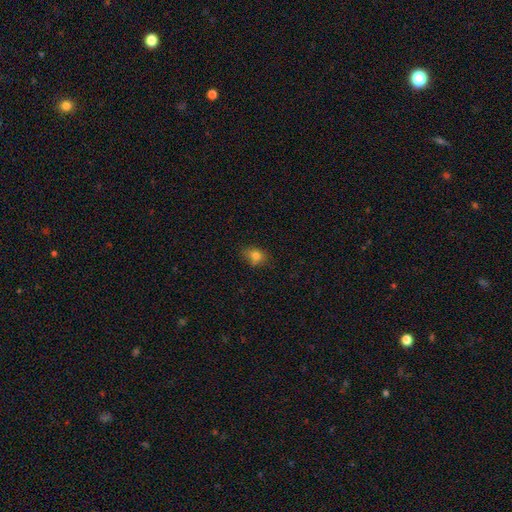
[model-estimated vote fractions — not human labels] Morphology: type=smooth (78%); roundness=in between (56%); merging=none (66%).